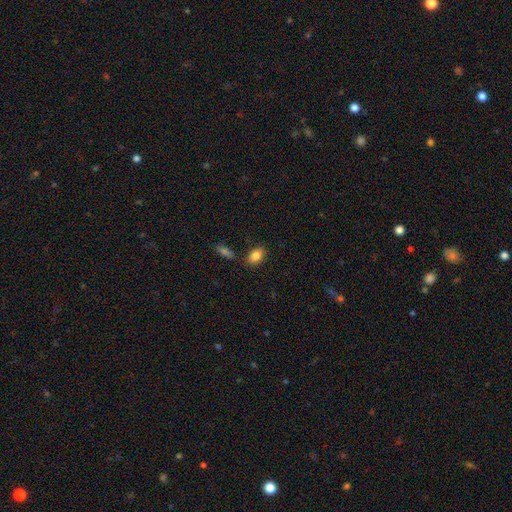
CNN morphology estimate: Smooth or featured: smooth — 85% (star or artifact — 8%)
How rounded: in between — 83% (round — 15%)
Merging: none — 80% (minor disturbance — 12%)